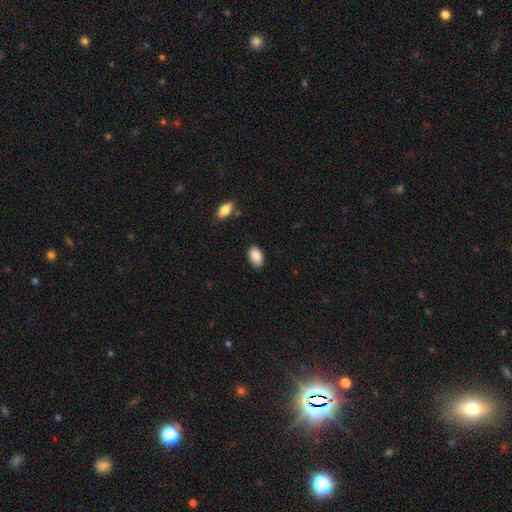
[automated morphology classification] Smooth or featured? Predicted: smooth (p=0.87). How rounded? Predicted: in between (p=0.92). Merging? Predicted: none (p=0.86).